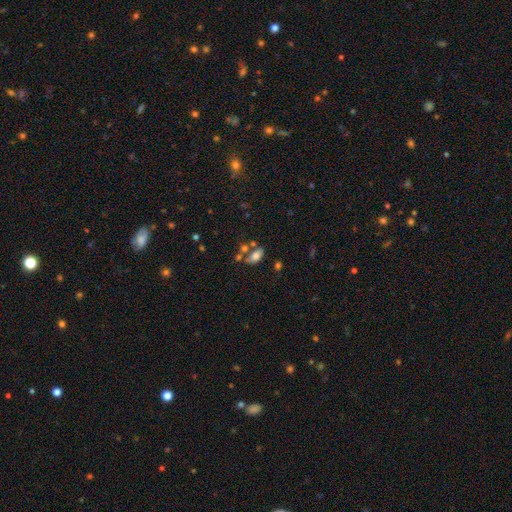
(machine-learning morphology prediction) Smooth or featured?
  - smooth: 72% *
  - featured or disk: 19%
  - star or artifact: 9%
How rounded?
  - in between: 91% *
  - round: 5%
  - cigar-shaped: 3%
Merging?
  - none: 52% *
  - merger: 24%
  - minor disturbance: 17%
  - major disturbance: 7%